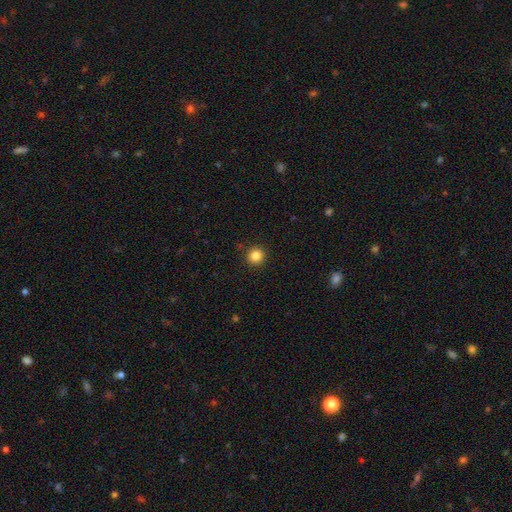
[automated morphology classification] Overall: smooth (84%). How rounded: round (95%). Merging: none (93%).